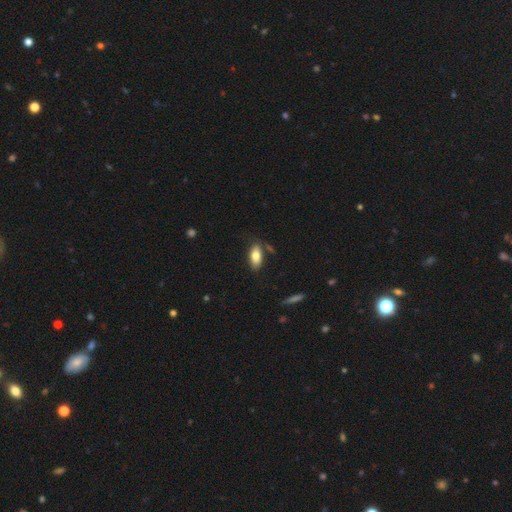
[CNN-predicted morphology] type=smooth (76%); roundness=in between (85%); merging=none (77%).